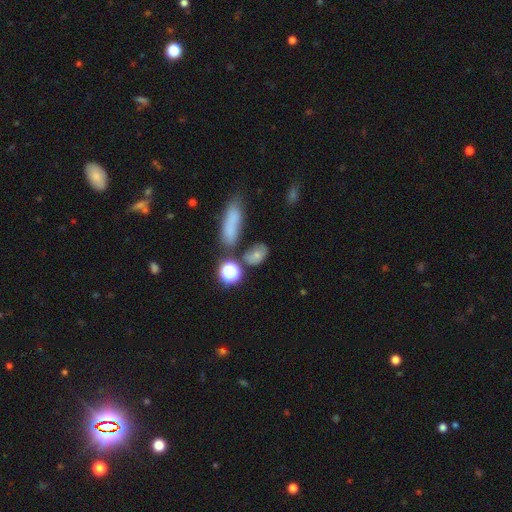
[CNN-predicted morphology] This appears to be a smooth galaxy with no disk features (68%) that is in between round and cigar-shaped (68%). Merging: none (62%).